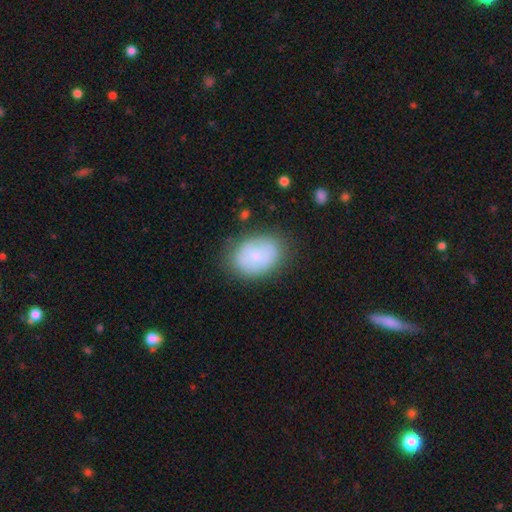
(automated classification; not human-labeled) Morphology: type=smooth (69%); roundness=in between (74%); merging=none (75%).